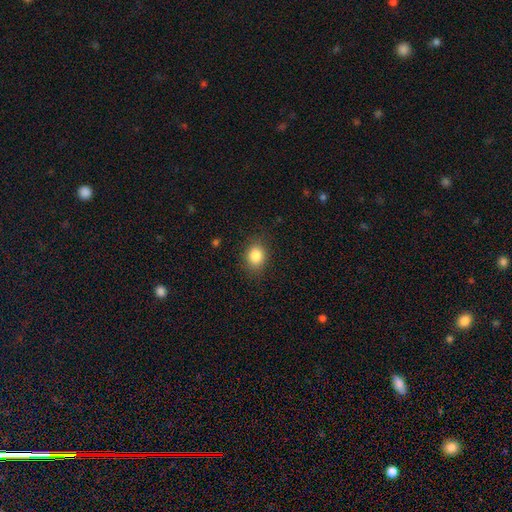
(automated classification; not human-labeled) Smooth or featured: smooth — 83% (star or artifact — 10%)
How rounded: round — 53% (in between — 46%)
Merging: none — 86% (minor disturbance — 10%)